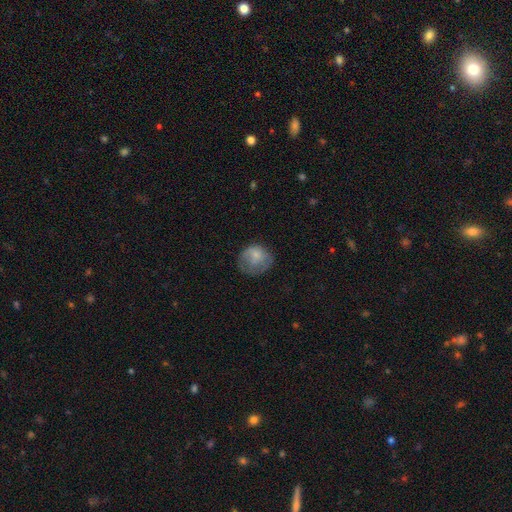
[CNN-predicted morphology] smooth_or_featured: smooth (p=0.72) [alt: featured or disk p=0.20]
how_rounded: round (p=0.72) [alt: in between p=0.27]
merging: none (p=0.50) [alt: minor disturbance p=0.28]